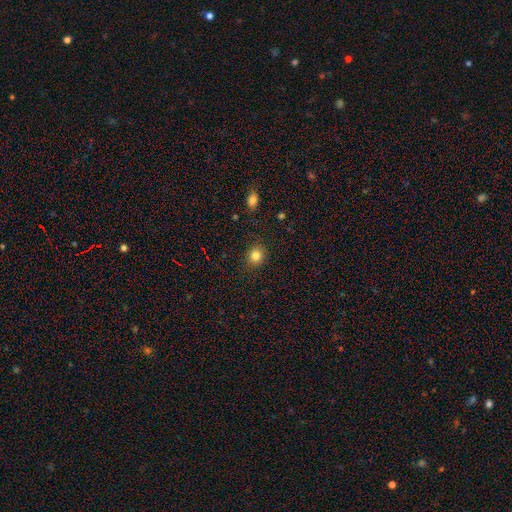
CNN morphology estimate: A smooth galaxy with no disk features (83%) that is round (82%). Merging: none (88%).